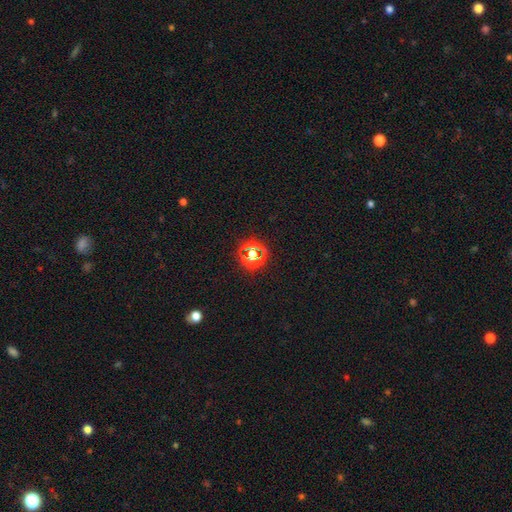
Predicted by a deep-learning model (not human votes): Morphology: type=star or artifact (63%).